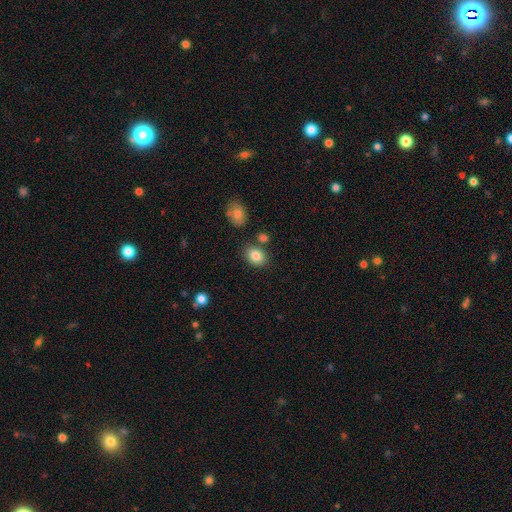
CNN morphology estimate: This appears to be a smooth galaxy with no disk features (84%) that is in between round and cigar-shaped (61%). Merging: none (76%).